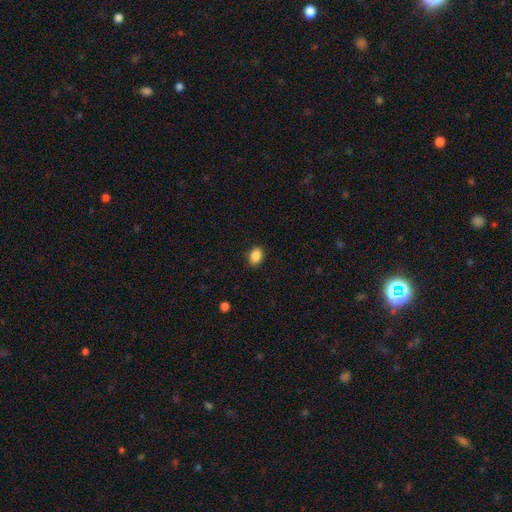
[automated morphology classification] type=smooth (88%); roundness=in between (77%); merging=none (87%).